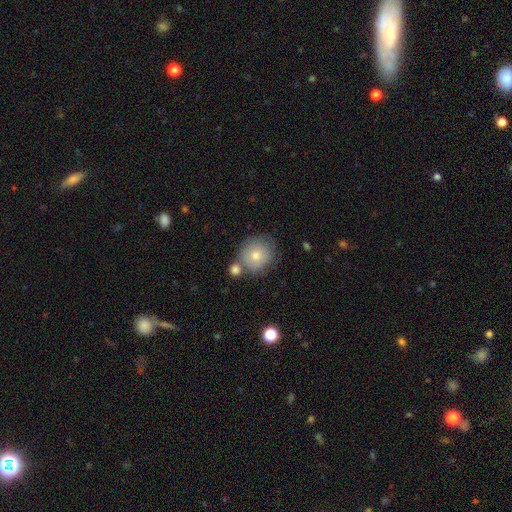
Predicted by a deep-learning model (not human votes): This is likely a smooth galaxy (71%). How rounded: clearly round (87%). Merging: likely none (70%).